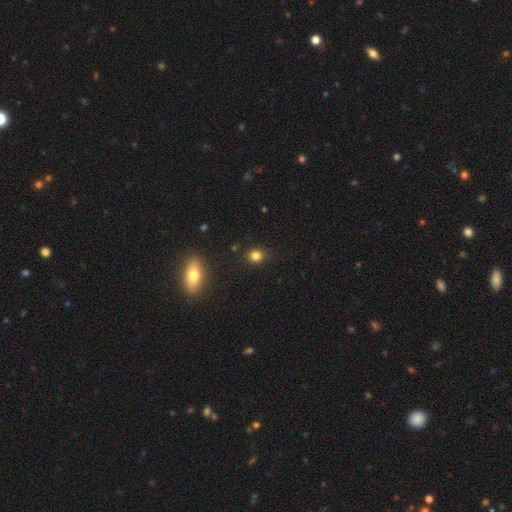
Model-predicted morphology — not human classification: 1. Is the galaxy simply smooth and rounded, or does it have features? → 81% smooth, 13% star or artifact, 6% featured or disk.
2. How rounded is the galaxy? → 75% round, 24% in between, 1% cigar-shaped.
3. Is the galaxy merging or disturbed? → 85% none, 11% minor disturbance, 3% major disturbance, 2% merger.